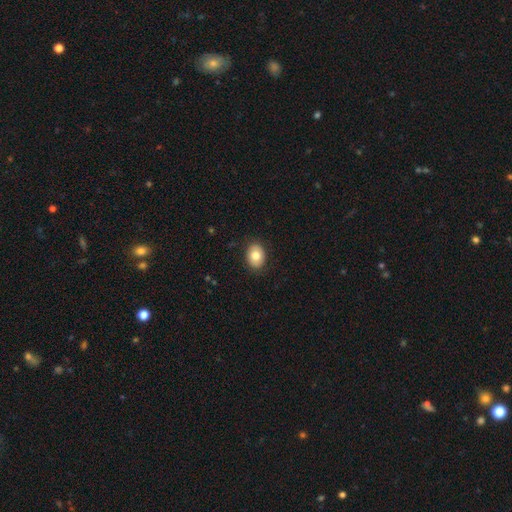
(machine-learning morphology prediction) The model was most divided on "how rounded": in between: 65%, round: 34%, cigar-shaped: 1%. More confident: merging — none (88%); smooth or featured — smooth (80%).